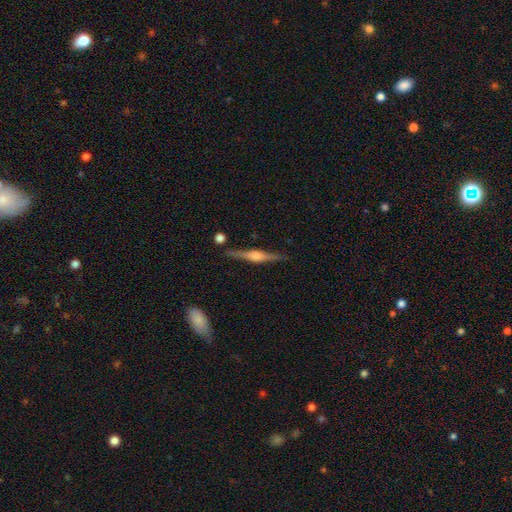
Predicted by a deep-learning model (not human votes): This is clearly a featured or disk galaxy (82%). It is clearly viewed edge-on (98%). Edge-on bulge: clearly rounded (84%). Merging: clearly none (88%).